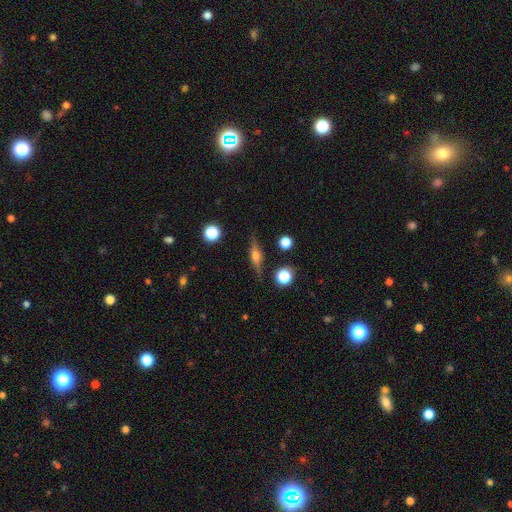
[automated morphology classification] Q: Smooth or featured?
A: featured or disk (66%); runner-up: smooth (24%)
Q: Edge-on disk?
A: yes (96%); runner-up: no (4%)
Q: Edge-on bulge?
A: rounded (84%); runner-up: boxy (13%)
Q: Merging?
A: none (86%); runner-up: minor disturbance (10%)